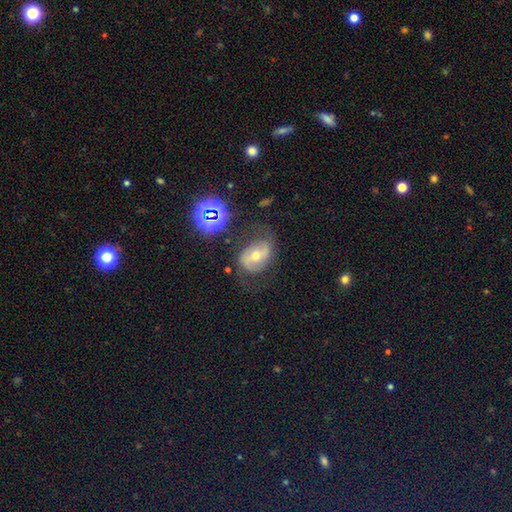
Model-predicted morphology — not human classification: Smooth or featured? featured or disk (64%)
Edge-on disk? no (95%)
Bar? no (39%)
Spiral arms? yes (81%)
Bulge size? moderate (66%)
Merging? none (64%)